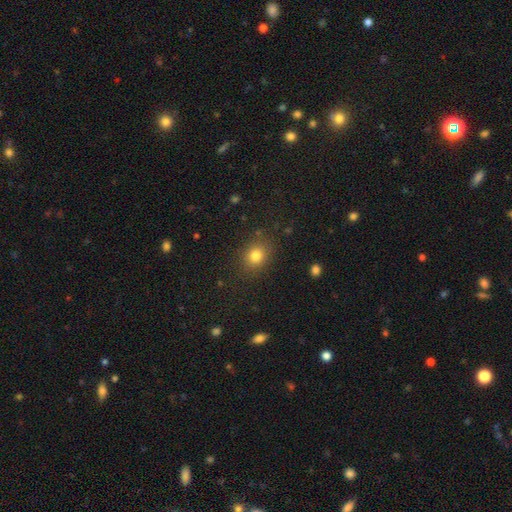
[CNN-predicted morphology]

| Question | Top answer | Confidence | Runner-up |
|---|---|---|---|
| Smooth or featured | smooth | 81% | star or artifact (13%) |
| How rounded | round | 62% | in between (37%) |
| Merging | none | 84% | minor disturbance (10%) |